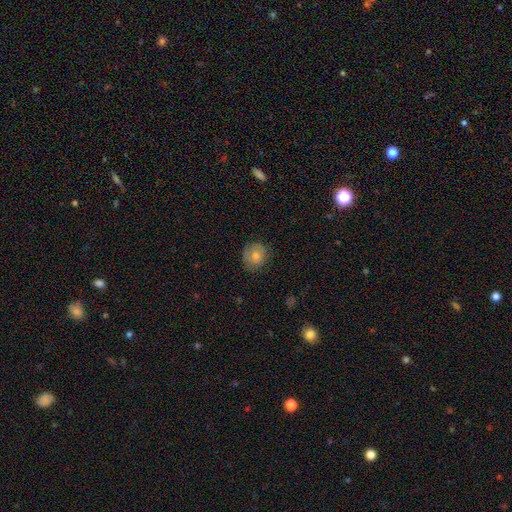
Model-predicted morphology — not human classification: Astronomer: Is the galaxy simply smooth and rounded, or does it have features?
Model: smooth — 67%.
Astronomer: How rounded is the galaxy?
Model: round — 85%.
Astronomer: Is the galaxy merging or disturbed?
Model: none — 81%.